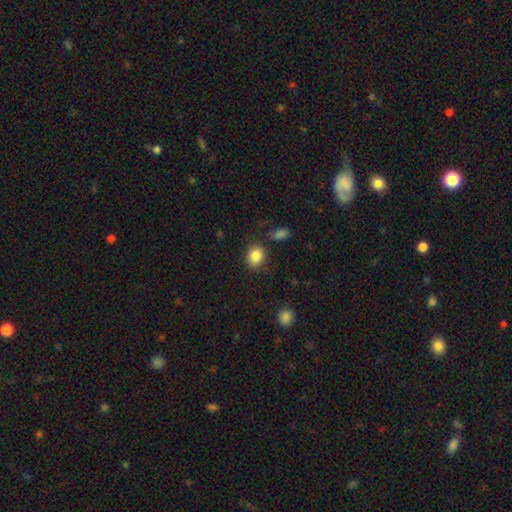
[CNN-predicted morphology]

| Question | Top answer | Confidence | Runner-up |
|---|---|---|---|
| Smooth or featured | smooth | 86% | star or artifact (9%) |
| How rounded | round | 56% | in between (43%) |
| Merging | none | 82% | minor disturbance (11%) |